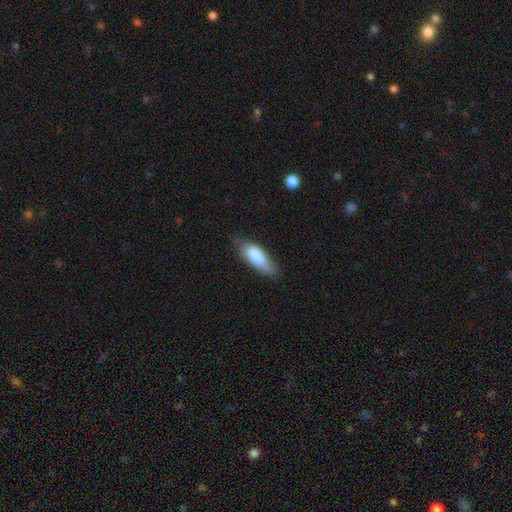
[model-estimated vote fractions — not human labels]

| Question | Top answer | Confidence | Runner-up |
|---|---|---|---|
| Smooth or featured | smooth | 79% | featured or disk (14%) |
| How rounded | in between | 64% | cigar-shaped (34%) |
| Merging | none | 62% | minor disturbance (28%) |